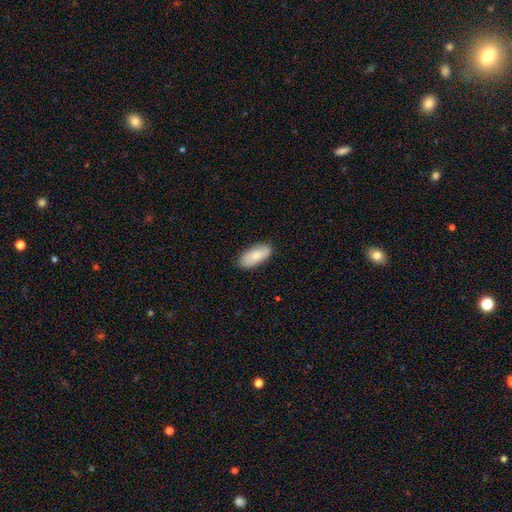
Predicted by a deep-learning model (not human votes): This is clearly a smooth galaxy (81%). How rounded: clearly in between (90%). Merging: clearly none (84%).